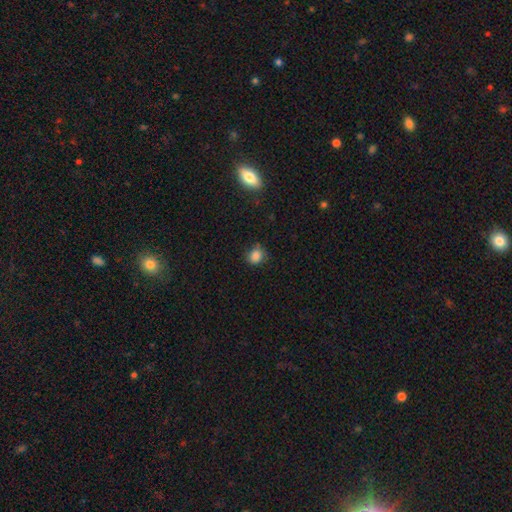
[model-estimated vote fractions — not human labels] A smooth galaxy with no disk features (83%) that is round (77%). Merging: none (71%).